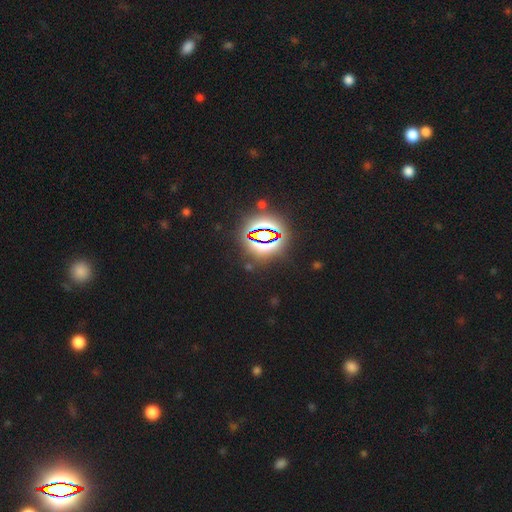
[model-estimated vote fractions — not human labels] smooth-or-featured: star or artifact: 83% | smooth: 11% | featured or disk: 6%